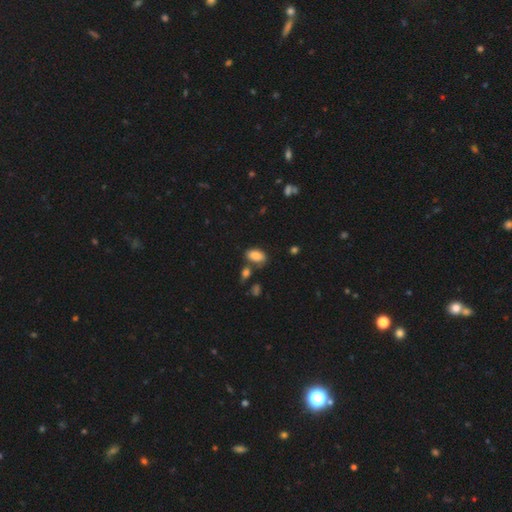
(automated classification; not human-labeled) This appears to be a smooth galaxy with no disk features (84%) that is in between round and cigar-shaped (92%). Merging: none (66%).